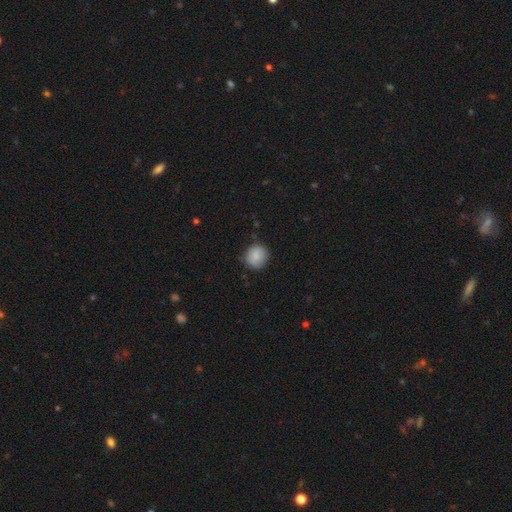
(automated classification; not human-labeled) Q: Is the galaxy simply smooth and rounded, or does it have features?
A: smooth — 85%.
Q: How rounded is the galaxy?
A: round — 88%.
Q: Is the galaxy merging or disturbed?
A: none — 80%.